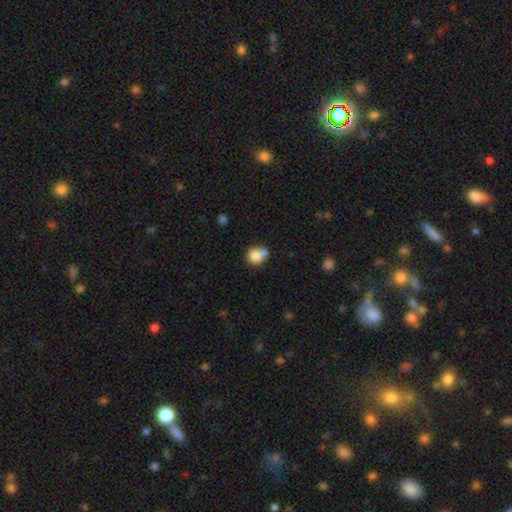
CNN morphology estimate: Overall: smooth (80%). How rounded: round (82%). Merging: none (46%; merger 34%).